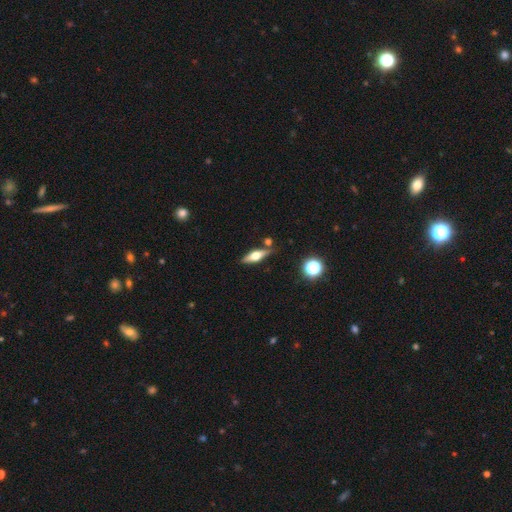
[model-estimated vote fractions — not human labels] Q: Smooth or featured?
A: featured or disk (56%); runner-up: smooth (36%)
Q: Edge-on disk?
A: yes (93%); runner-up: no (7%)
Q: Edge-on bulge?
A: rounded (93%); runner-up: boxy (5%)
Q: Merging?
A: none (78%); runner-up: minor disturbance (12%)